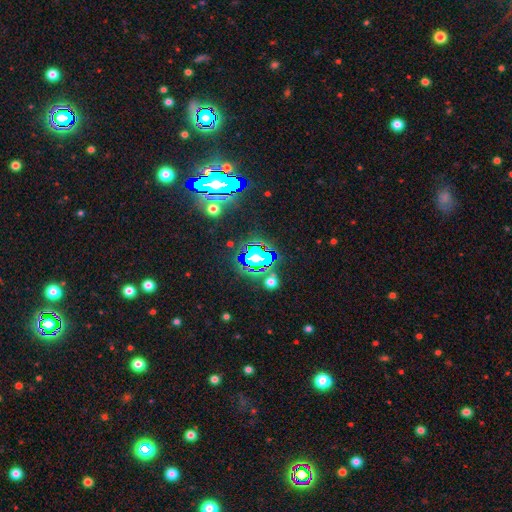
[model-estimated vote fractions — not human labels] A star or artifact, not a galaxy (80%).